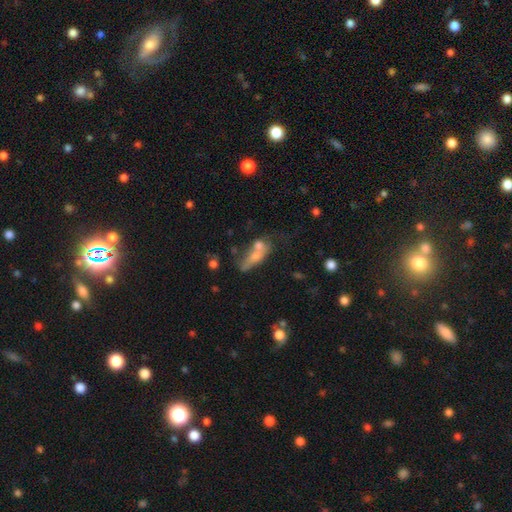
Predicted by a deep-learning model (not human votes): smooth_or_featured: smooth (p=0.57) [alt: featured or disk p=0.29]
how_rounded: in between (p=0.55) [alt: cigar-shaped p=0.38]
merging: none (p=0.33) [alt: merger p=0.29]